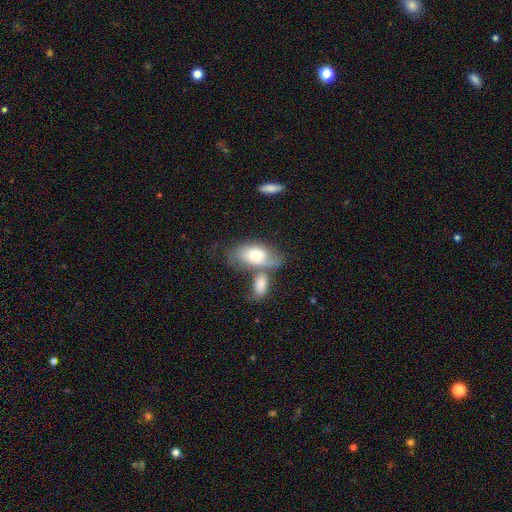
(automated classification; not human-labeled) smooth_or_featured: smooth (p=0.65) [alt: featured or disk p=0.28]
how_rounded: in between (p=0.92) [alt: round p=0.05]
merging: merger (p=0.45) [alt: none p=0.27]